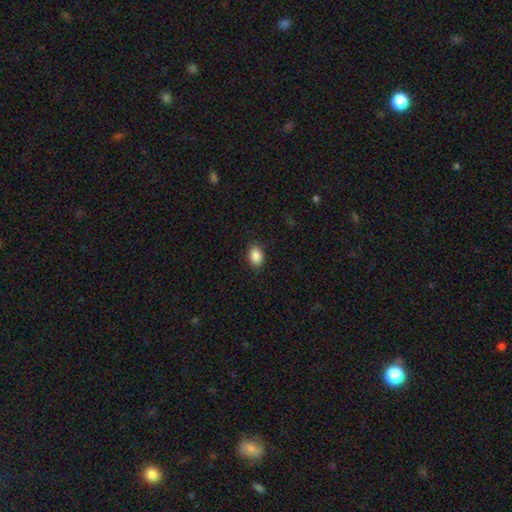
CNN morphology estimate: This is clearly a smooth galaxy (88%). How rounded: likely in between (77%). Merging: clearly none (88%).